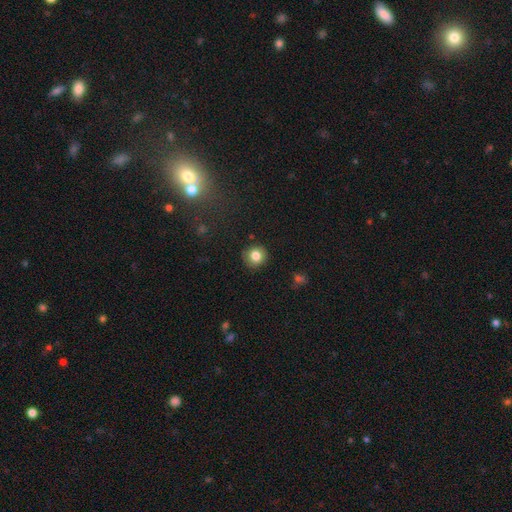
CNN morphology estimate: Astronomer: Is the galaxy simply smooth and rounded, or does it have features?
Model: smooth — 81%.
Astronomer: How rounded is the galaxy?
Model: round — 91%.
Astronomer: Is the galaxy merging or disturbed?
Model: none — 89%.